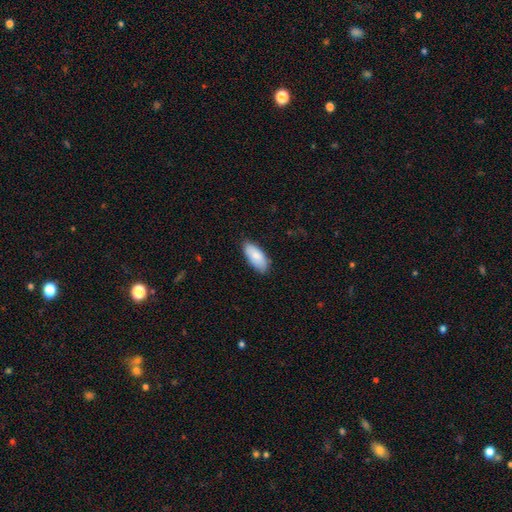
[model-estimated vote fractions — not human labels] The model was most divided on "merging": none: 82%, minor disturbance: 15%, major disturbance: 2%, merger: 1%. More confident: how rounded — in between (90%); smooth or featured — smooth (83%).